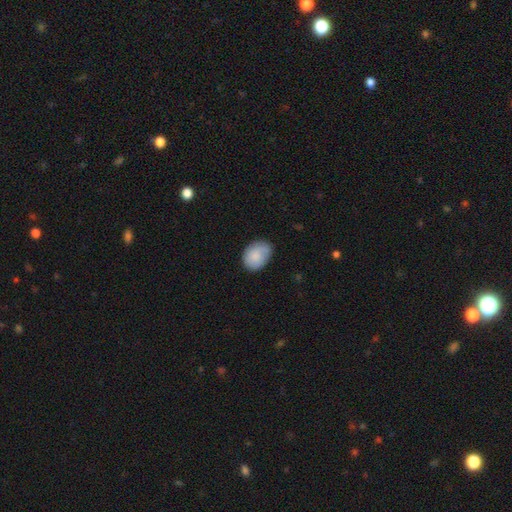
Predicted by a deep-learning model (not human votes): This is clearly a smooth galaxy (84%). How rounded: likely in between (74%). Merging: likely none (69%).